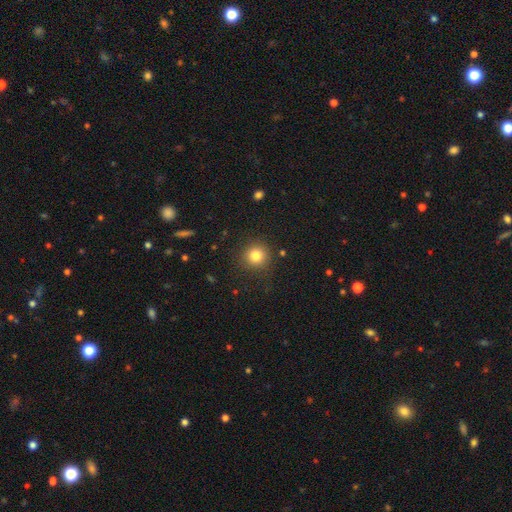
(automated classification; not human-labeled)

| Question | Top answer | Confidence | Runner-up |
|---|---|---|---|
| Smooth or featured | smooth | 81% | star or artifact (12%) |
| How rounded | round | 93% | in between (6%) |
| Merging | none | 87% | minor disturbance (8%) |